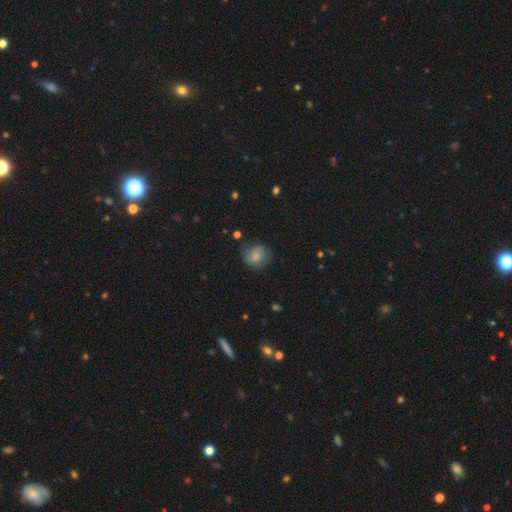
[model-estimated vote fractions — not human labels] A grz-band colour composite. It shows a smooth galaxy with no disk features (75%) that is round (77%). Merging: none (65%).